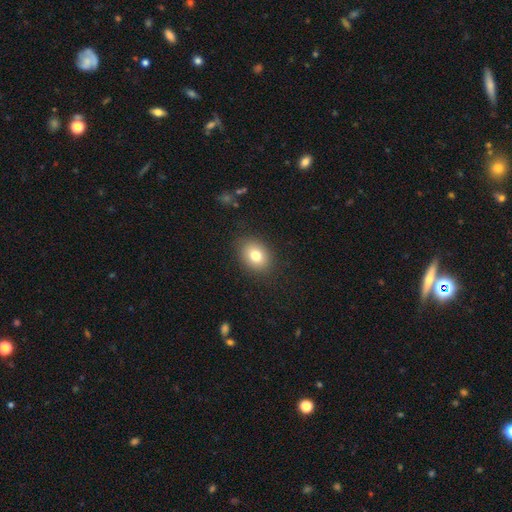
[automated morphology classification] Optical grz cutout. It shows a smooth galaxy with no disk features (79%) that is in between round and cigar-shaped (55%). Merging: none (85%).